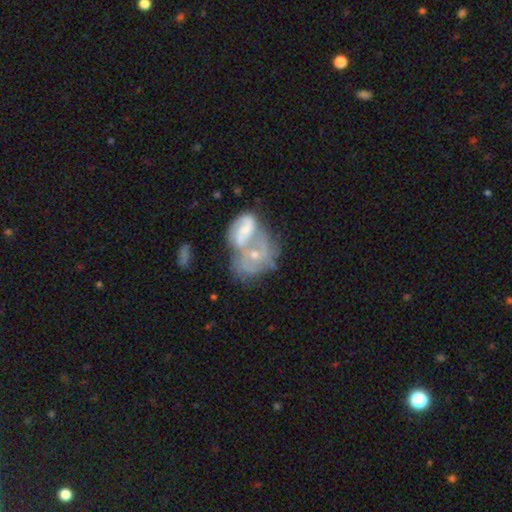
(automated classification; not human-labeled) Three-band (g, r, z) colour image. It shows a featured or disk galaxy (63%) with no bar (64%), spiral arms (60%) and a small central bulge (47%). Merging: merger (74%).